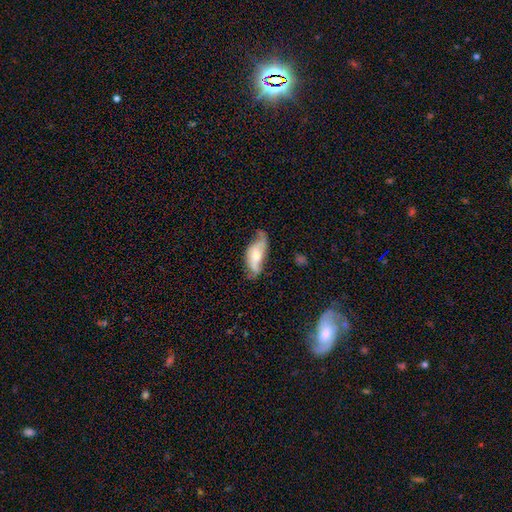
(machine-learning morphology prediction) Overall: smooth (50%; featured or disk 43%). Merging: none (39%; minor disturbance 36%).